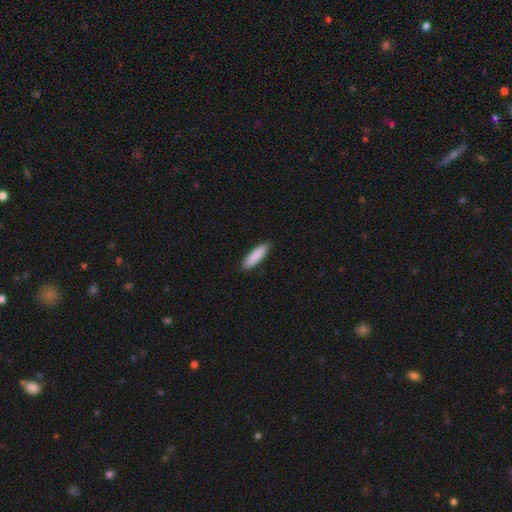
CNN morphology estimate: The model was most divided on "how rounded": cigar-shaped: 71%, in between: 27%, round: 1%. More confident: merging — none (90%); smooth or featured — smooth (88%).